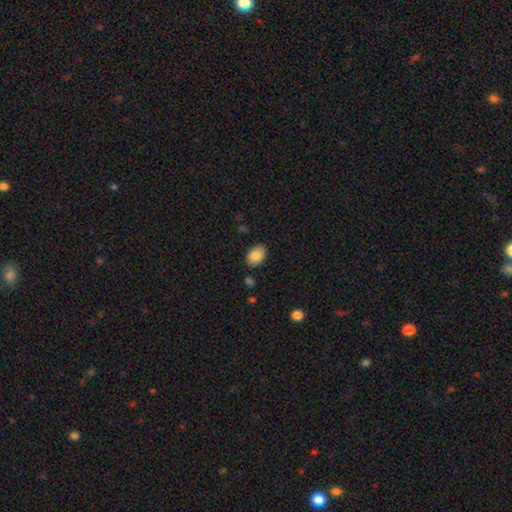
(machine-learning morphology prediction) smooth_or_featured: smooth (p=0.84) [alt: featured or disk p=0.09]
how_rounded: in between (p=0.89) [alt: round p=0.10]
merging: none (p=0.83) [alt: minor disturbance p=0.13]